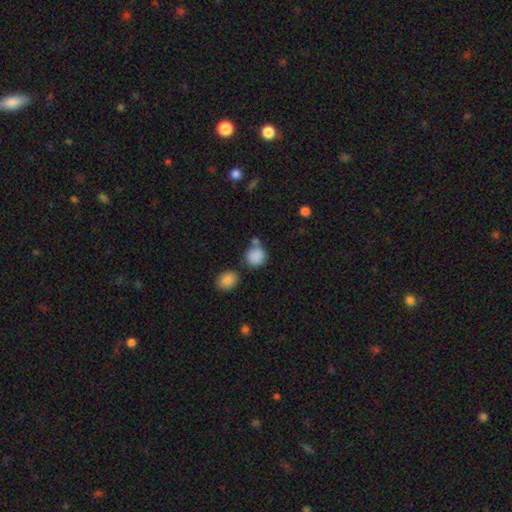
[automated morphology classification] smooth-or-featured: smooth: 86% | star or artifact: 10% | featured or disk: 4%
  how-rounded: round: 84% | in between: 15% | cigar-shaped: 1%
  merging: none: 64% | merger: 18% | minor disturbance: 13% | major disturbance: 5%